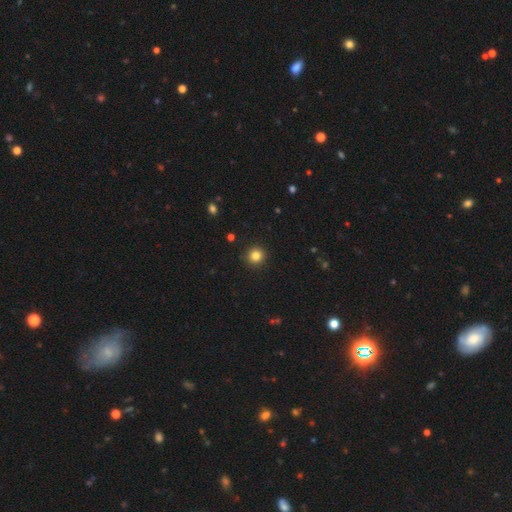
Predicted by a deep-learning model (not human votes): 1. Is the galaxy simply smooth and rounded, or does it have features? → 83% smooth, 12% star or artifact, 5% featured or disk.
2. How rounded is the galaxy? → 94% round, 5% in between, 1% cigar-shaped.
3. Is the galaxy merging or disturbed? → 92% none, 5% minor disturbance, 2% major disturbance, 1% merger.